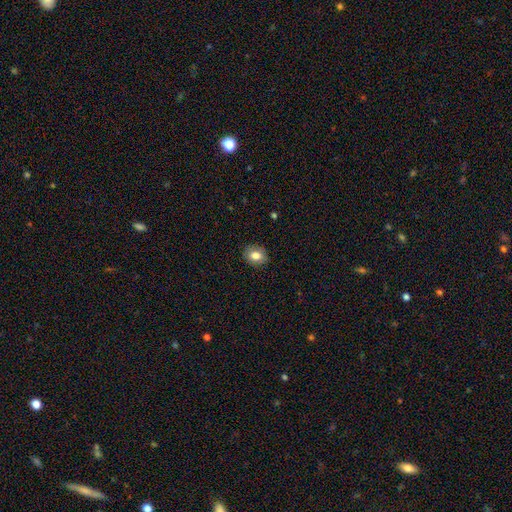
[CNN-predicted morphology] Q: Smooth or featured?
A: smooth (81%); runner-up: featured or disk (10%)
Q: How rounded?
A: in between (53%); runner-up: round (46%)
Q: Merging?
A: none (87%); runner-up: minor disturbance (10%)